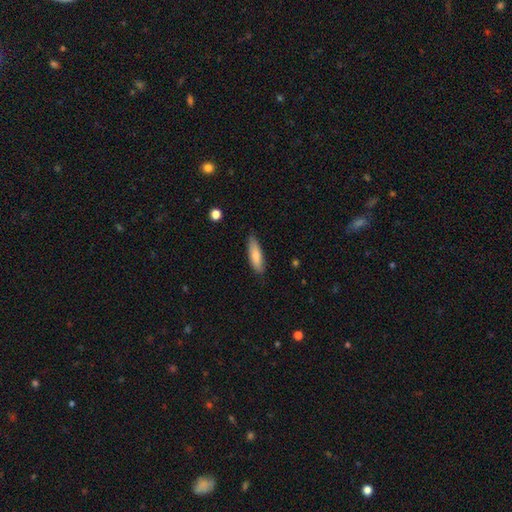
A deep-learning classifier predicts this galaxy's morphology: Smooth or featured? smooth (78%)
How rounded? cigar-shaped (56%)
Merging? none (81%)